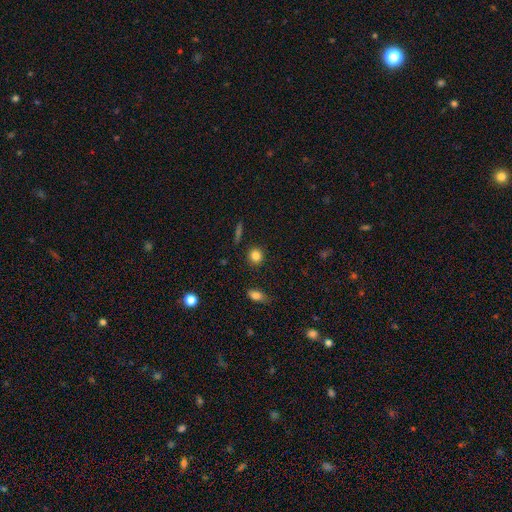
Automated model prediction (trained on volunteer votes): Smooth or featured? Predicted: smooth (p=0.83). How rounded? Predicted: round (p=0.87). Merging? Predicted: none (p=0.89).